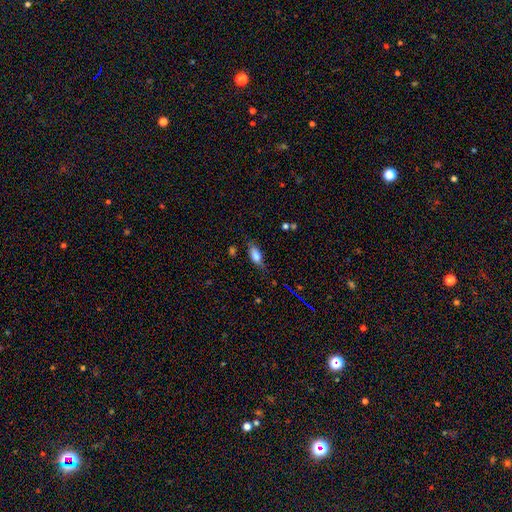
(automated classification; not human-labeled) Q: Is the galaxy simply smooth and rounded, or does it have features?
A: smooth — 77%.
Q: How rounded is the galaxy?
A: in between — 80%.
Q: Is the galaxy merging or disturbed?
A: none — 70%.